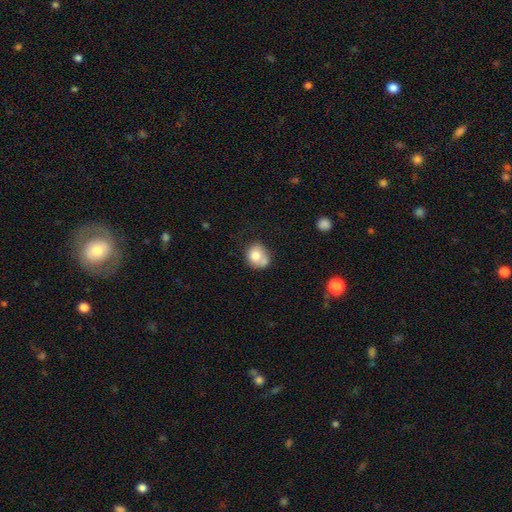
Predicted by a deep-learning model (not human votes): Smooth or featured: smooth — 74% (featured or disk — 17%)
How rounded: round — 69% (in between — 31%)
Merging: none — 43% (merger — 24%)